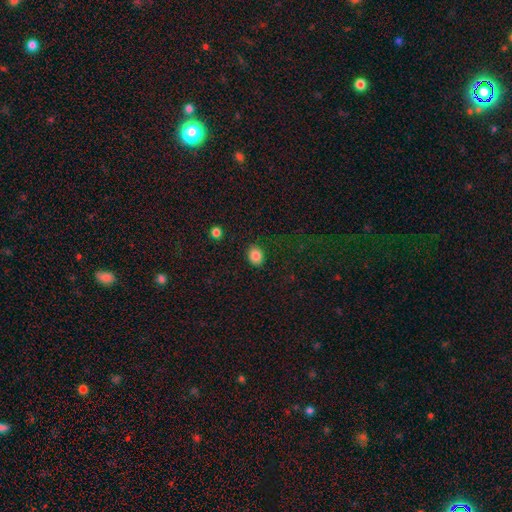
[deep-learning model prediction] Overall: smooth (85%). How rounded: round (53%; in between 46%). Merging: none (89%).